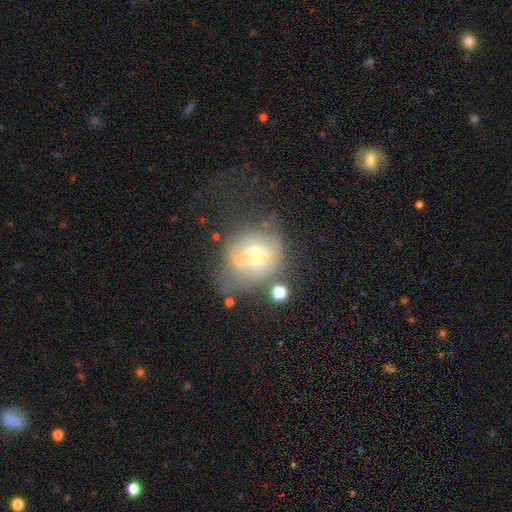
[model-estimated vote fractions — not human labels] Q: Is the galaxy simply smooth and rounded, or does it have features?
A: smooth — 46%.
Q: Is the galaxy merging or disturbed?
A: none — 37%.